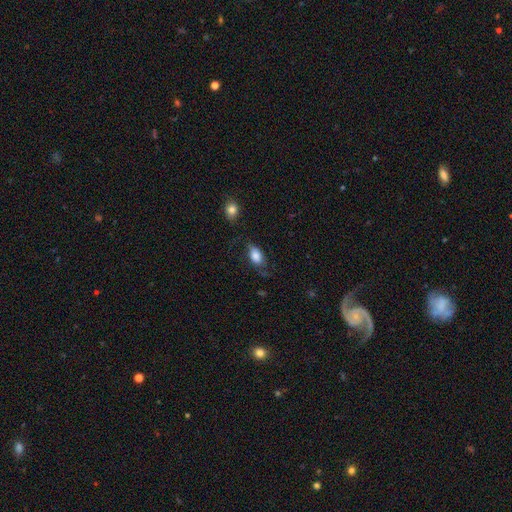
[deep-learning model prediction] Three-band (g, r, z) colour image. It shows a smooth galaxy with no disk features (78%) that is in between round and cigar-shaped (90%). Merging: none (55%).